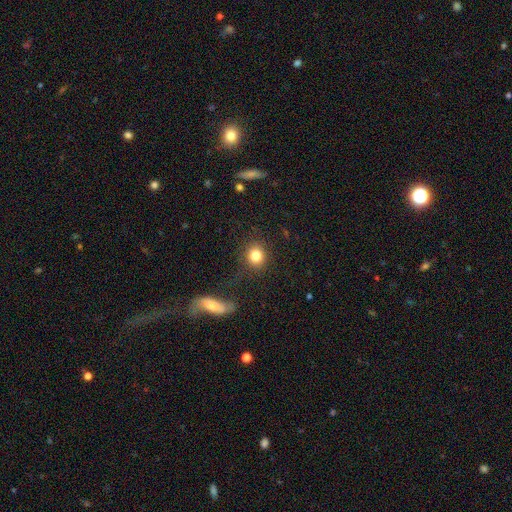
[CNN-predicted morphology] Smooth or featured? smooth (82%)
How rounded? round (78%)
Merging? none (84%)